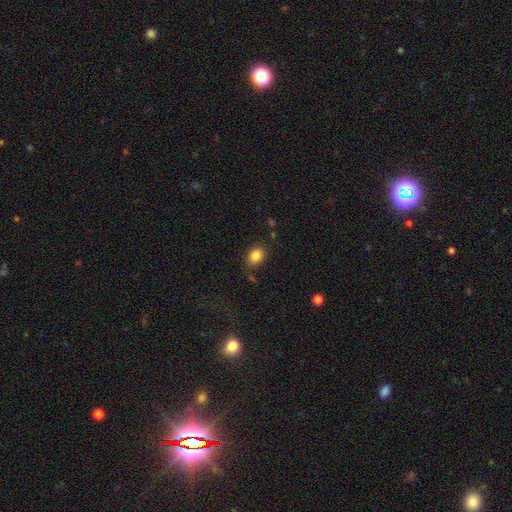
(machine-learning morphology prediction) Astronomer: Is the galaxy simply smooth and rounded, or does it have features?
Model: smooth — 85%.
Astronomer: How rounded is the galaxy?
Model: in between — 60% (runner-up: round, 39%).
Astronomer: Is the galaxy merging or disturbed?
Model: none — 78%.